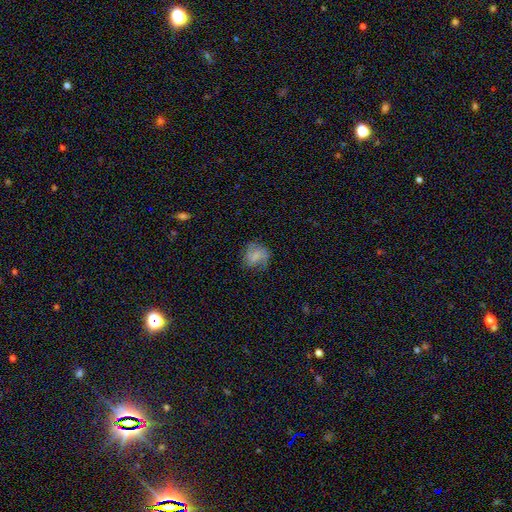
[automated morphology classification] Overall: smooth (51%; featured or disk 41%). How rounded: round (75%). Merging: none (67%).